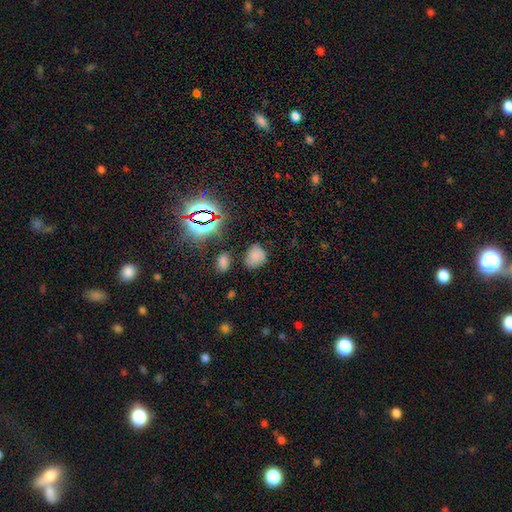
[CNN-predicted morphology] This is likely a smooth galaxy (70%). How rounded: possibly round (51%). Merging: likely none (68%).